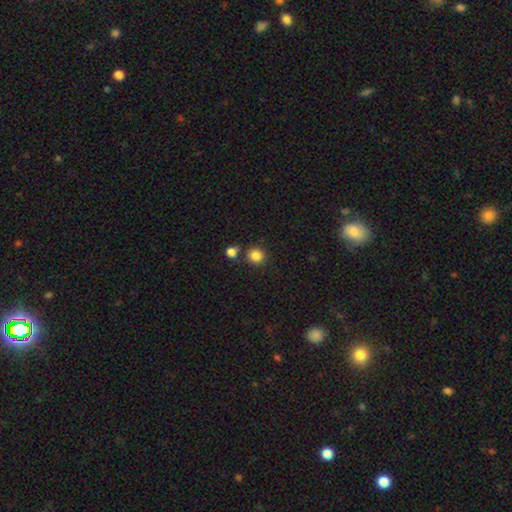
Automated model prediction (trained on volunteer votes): This is clearly a smooth galaxy (85%). How rounded: clearly round (88%). Merging: likely none (72%).